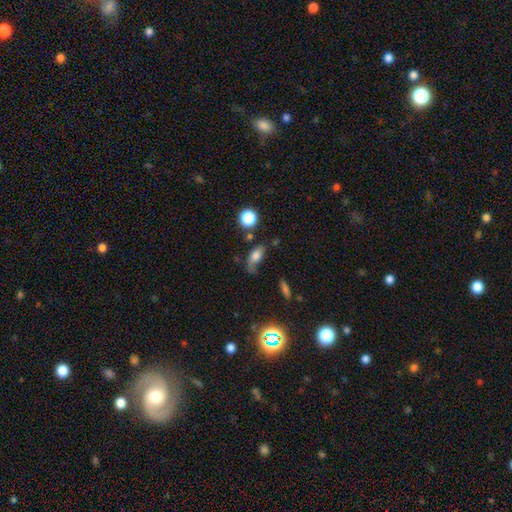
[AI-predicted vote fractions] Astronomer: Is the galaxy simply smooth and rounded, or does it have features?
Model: smooth — 72%.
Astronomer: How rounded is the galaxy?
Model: in between — 80%.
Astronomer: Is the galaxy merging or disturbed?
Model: none — 39% (runner-up: minor disturbance, 31%).